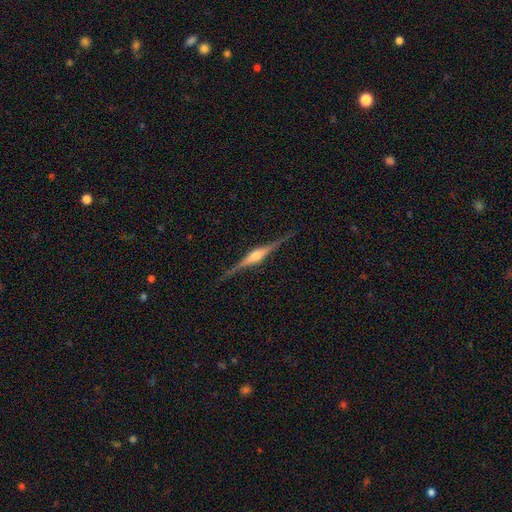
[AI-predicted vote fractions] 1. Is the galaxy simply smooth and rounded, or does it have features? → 85% featured or disk, 9% smooth, 5% star or artifact.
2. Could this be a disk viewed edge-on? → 98% yes, 2% no.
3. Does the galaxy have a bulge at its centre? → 86% rounded, 10% boxy, 4% none.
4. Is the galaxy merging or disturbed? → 89% none, 8% minor disturbance, 2% major disturbance, 1% merger.